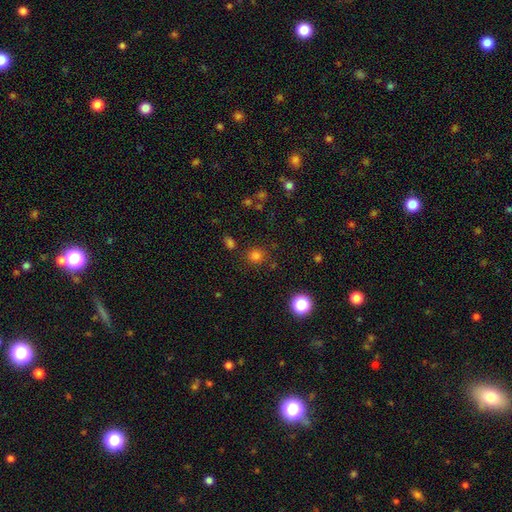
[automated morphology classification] Smooth or featured: smooth — 77% (star or artifact — 18%)
How rounded: round — 86% (in between — 13%)
Merging: none — 81% (minor disturbance — 10%)